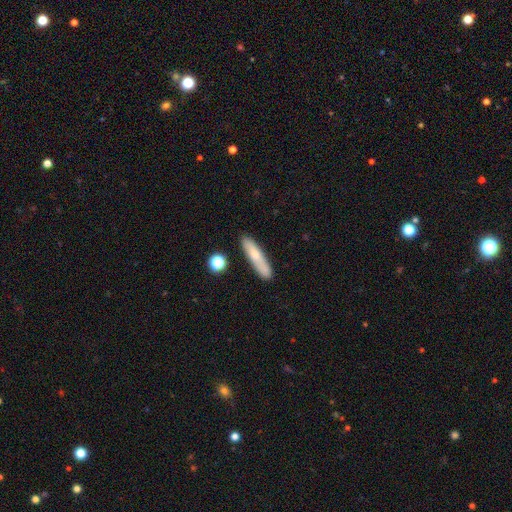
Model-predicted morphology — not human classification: This appears to be a smooth galaxy with no disk features (64%) that is cigar-shaped (83%). Merging: none (81%).